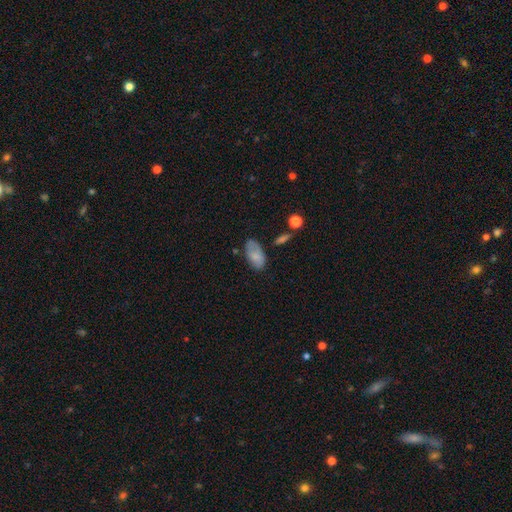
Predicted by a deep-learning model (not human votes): Smooth or featured?
  - smooth: 75% *
  - featured or disk: 17%
  - star or artifact: 7%
How rounded?
  - in between: 93% *
  - round: 4%
  - cigar-shaped: 3%
Merging?
  - none: 61% *
  - minor disturbance: 27%
  - major disturbance: 8%
  - merger: 4%